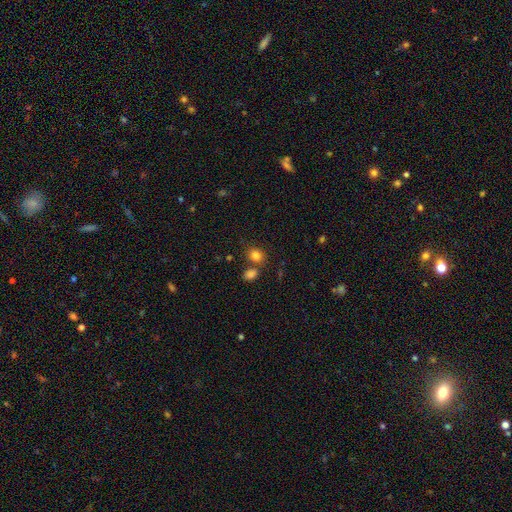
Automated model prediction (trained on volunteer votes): smooth_or_featured: smooth (p=0.83) [alt: star or artifact p=0.11]
how_rounded: round (p=0.52) [alt: in between p=0.47]
merging: none (p=0.63) [alt: merger p=0.23]